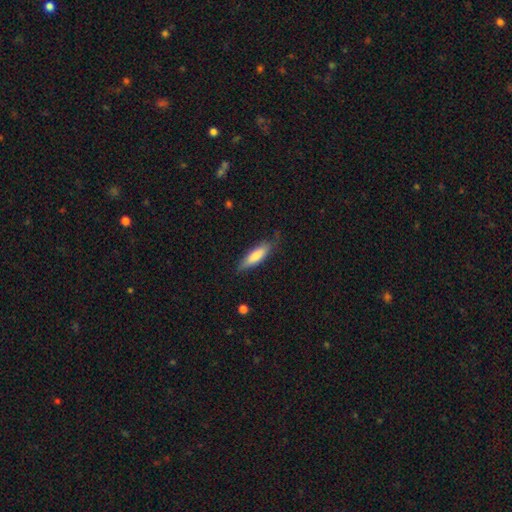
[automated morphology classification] A smooth galaxy with no disk features (73%) that is cigar-shaped (64%). Merging: none (75%).